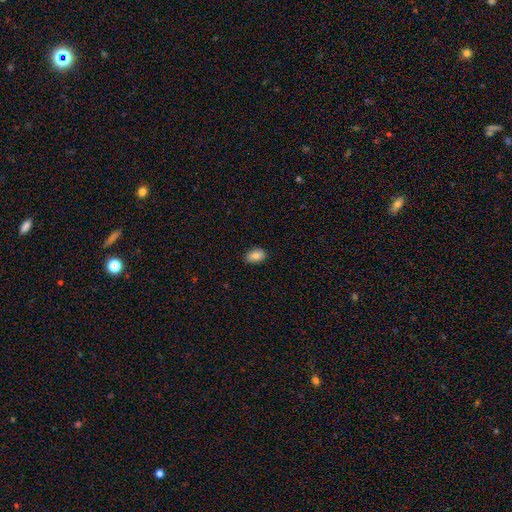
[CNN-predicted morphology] Smooth or featured? Predicted: smooth (p=0.83). How rounded? Predicted: in between (p=0.86). Merging? Predicted: none (p=0.86).